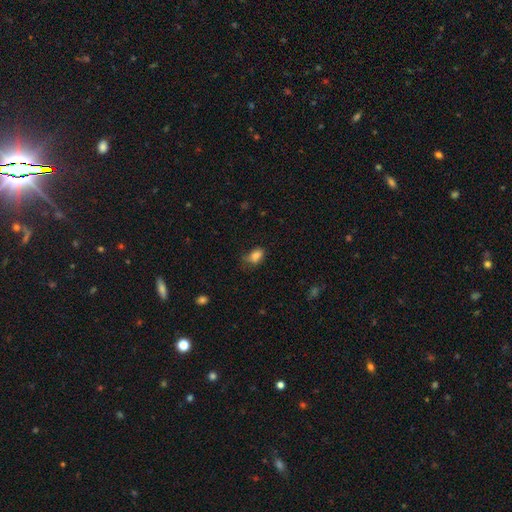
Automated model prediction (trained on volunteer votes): Smooth or featured? smooth (83%)
How rounded? in between (83%)
Merging? none (51%)